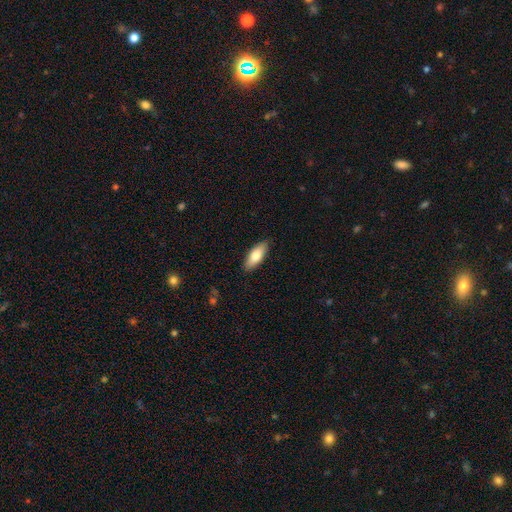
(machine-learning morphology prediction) Smooth or featured? Predicted: smooth (p=0.79). How rounded? Predicted: in between (p=0.78). Merging? Predicted: none (p=0.88).